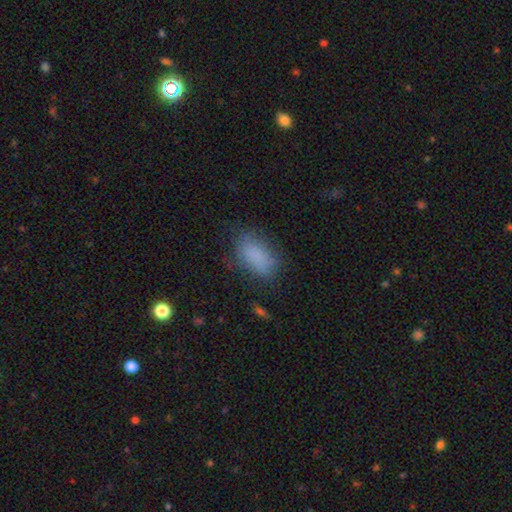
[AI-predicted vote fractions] This appears to be a smooth galaxy with no disk features (84%) that is in between round and cigar-shaped (90%). Merging: none (72%).